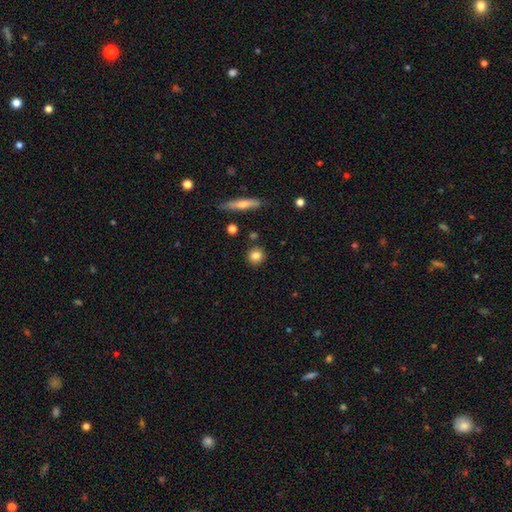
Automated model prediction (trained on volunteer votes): This appears to be a smooth galaxy with no disk features (82%) that is round (87%). Merging: none (87%).